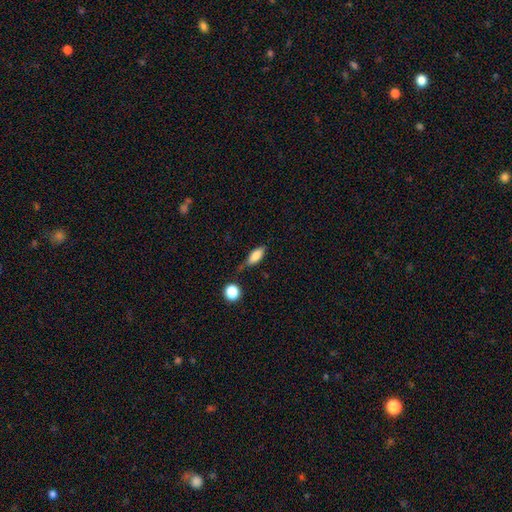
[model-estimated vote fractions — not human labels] Smooth or featured? Predicted: smooth (p=0.79). How rounded? Predicted: in between (p=0.77). Merging? Predicted: none (p=0.61).